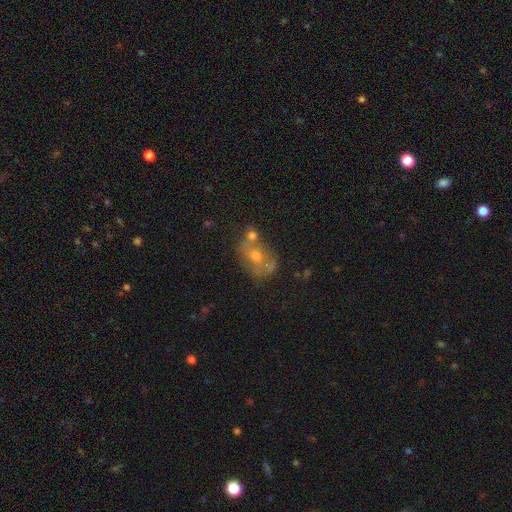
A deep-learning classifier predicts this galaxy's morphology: This appears to be a featured or disk galaxy (42%). Merging: none (43%).